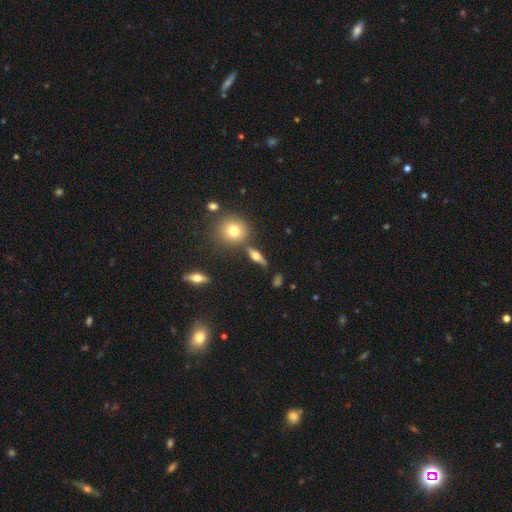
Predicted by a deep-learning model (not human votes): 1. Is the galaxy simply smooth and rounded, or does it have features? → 51% featured or disk, 36% smooth, 13% star or artifact.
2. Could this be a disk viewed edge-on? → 86% yes, 14% no.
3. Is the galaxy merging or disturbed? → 78% none, 10% minor disturbance, 8% merger, 4% major disturbance.